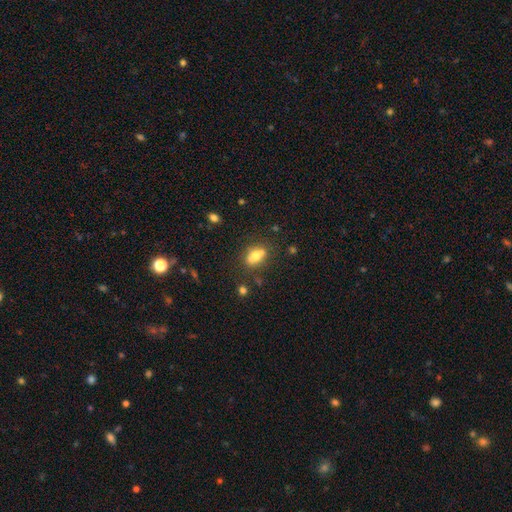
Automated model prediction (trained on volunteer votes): Smooth or featured? Predicted: smooth (p=0.63). How rounded? Predicted: in between (p=0.67). Merging? Predicted: none (p=0.55).